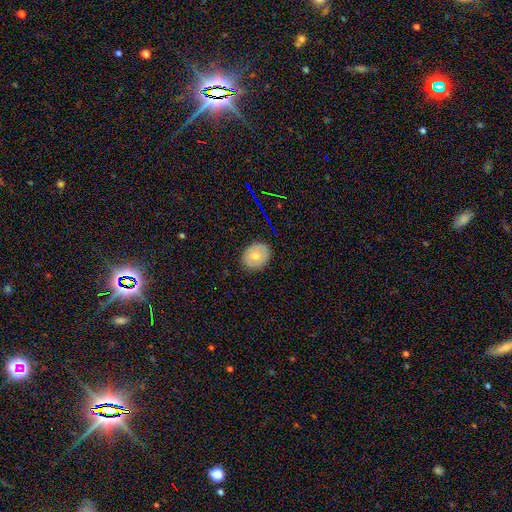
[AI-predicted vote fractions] Smooth or featured: smooth — 64% (featured or disk — 27%)
How rounded: round — 51% (in between — 48%)
Merging: none — 86% (minor disturbance — 11%)